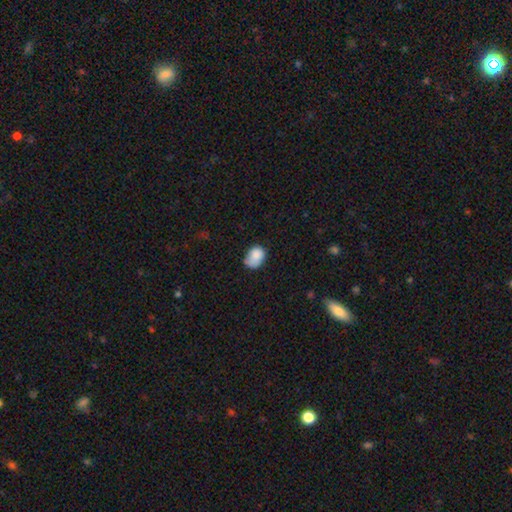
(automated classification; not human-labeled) Overall: smooth (81%). How rounded: in between (63%; round 36%). Merging: none (41%; minor disturbance 37%).